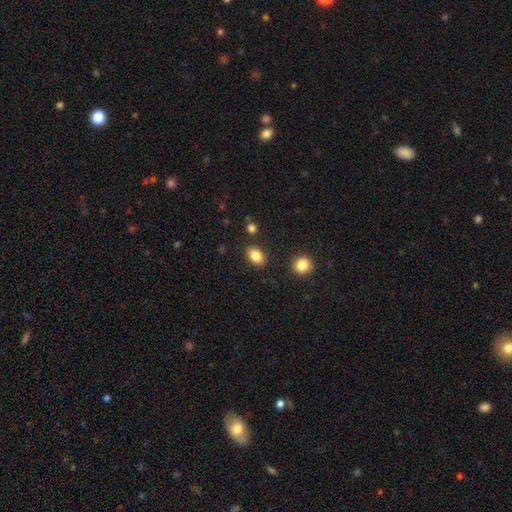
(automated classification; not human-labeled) Smooth or featured? Predicted: smooth (p=0.84). How rounded? Predicted: in between (p=0.83). Merging? Predicted: none (p=0.86).